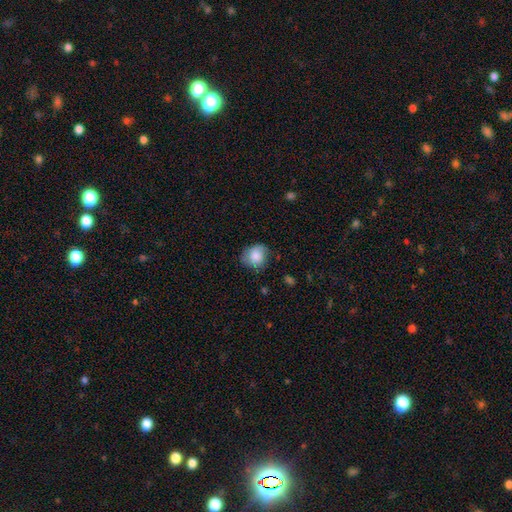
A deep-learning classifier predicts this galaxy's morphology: A smooth galaxy with no disk features (81%) that is round (76%).

Vote fractions:
- Smooth or featured? smooth: 81% / featured or disk: 11% / star or artifact: 8%
- How rounded? round: 76% / in between: 23% / cigar-shaped: 1%
- Merging? none: 70% / minor disturbance: 23% / major disturbance: 6% / merger: 1%